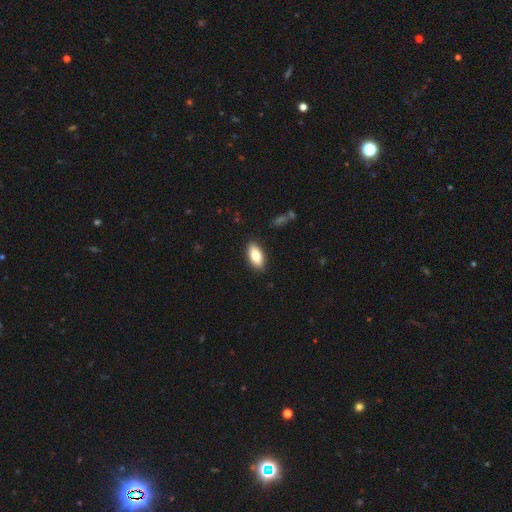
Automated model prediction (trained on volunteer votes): A smooth galaxy with no disk features (81%) that is in between round and cigar-shaped (89%). Merging: none (88%).